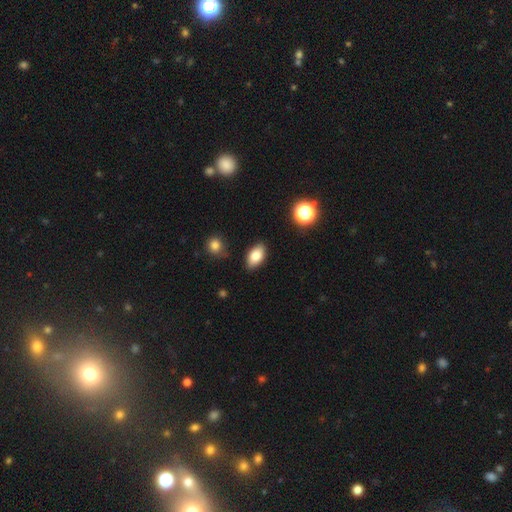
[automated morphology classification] A smooth galaxy with no disk features (82%) that is in between round and cigar-shaped (91%).

Vote fractions:
- Smooth or featured? smooth: 82% / featured or disk: 10% / star or artifact: 9%
- How rounded? in between: 91% / round: 6% / cigar-shaped: 3%
- Merging? none: 84% / minor disturbance: 11% / major disturbance: 2% / merger: 2%